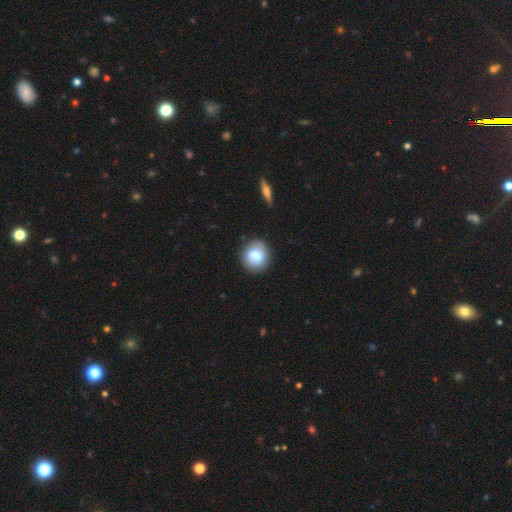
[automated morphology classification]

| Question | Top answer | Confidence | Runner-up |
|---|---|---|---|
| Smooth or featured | smooth | 75% | featured or disk (17%) |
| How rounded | round | 80% | in between (19%) |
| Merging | none | 84% | minor disturbance (11%) |